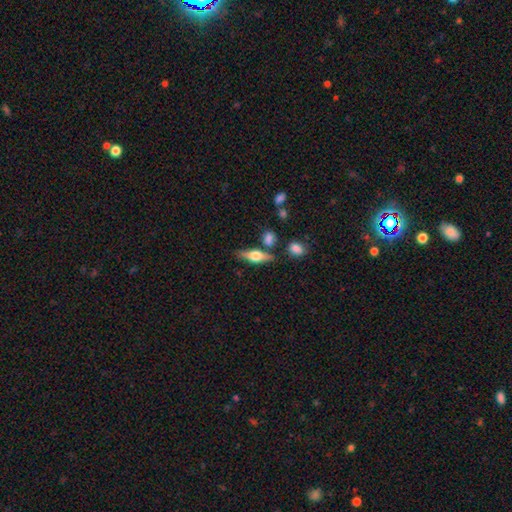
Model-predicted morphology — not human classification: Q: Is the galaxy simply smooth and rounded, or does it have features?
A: featured or disk — 52%.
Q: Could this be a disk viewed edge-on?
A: yes — 92%.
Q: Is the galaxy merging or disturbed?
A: none — 75%.